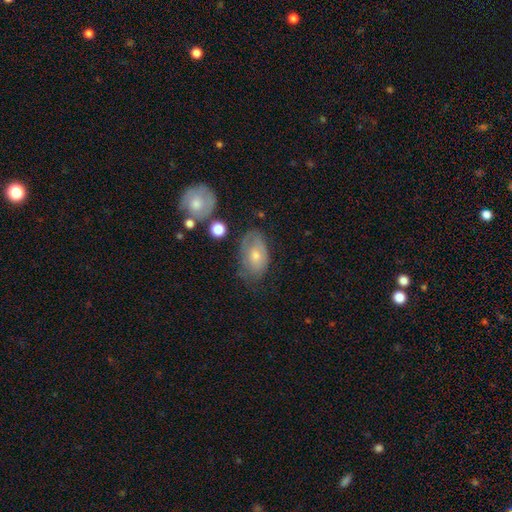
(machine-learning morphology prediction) A smooth galaxy with no disk features (47%).

Vote fractions:
- Smooth or featured? smooth: 47% / featured or disk: 44% / star or artifact: 9%
- Merging? none: 54% / minor disturbance: 29% / major disturbance: 13% / merger: 4%